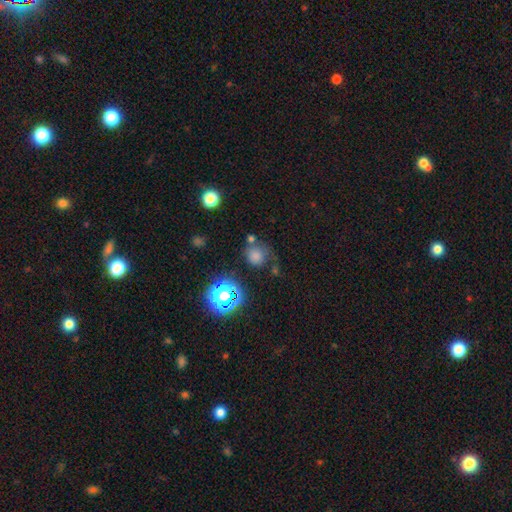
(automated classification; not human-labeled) A smooth galaxy with no disk features (70%) that is round (82%). Merging: none (59%).